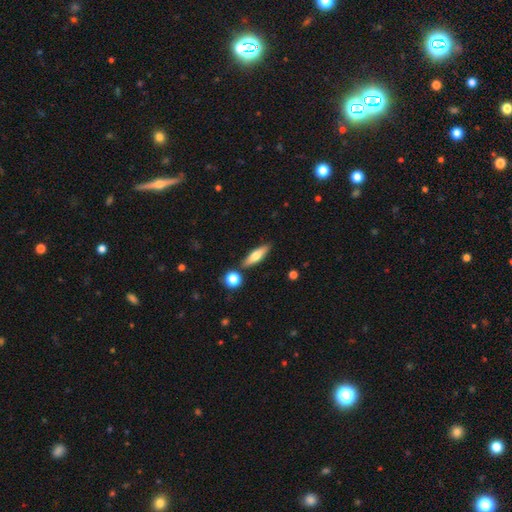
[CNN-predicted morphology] Smooth or featured: smooth — 60% (featured or disk — 33%)
How rounded: cigar-shaped — 61% (in between — 36%)
Merging: none — 83% (minor disturbance — 9%)